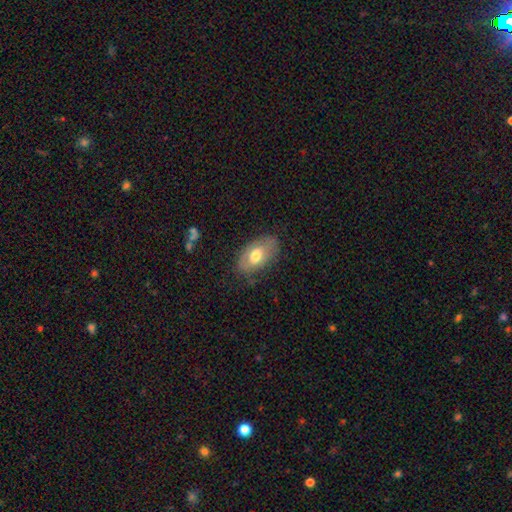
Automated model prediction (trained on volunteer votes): Smooth or featured?
  - smooth: 58% *
  - featured or disk: 35%
  - star or artifact: 7%
How rounded?
  - in between: 93% *
  - round: 5%
  - cigar-shaped: 2%
Merging?
  - none: 72% *
  - minor disturbance: 21%
  - major disturbance: 6%
  - merger: 1%